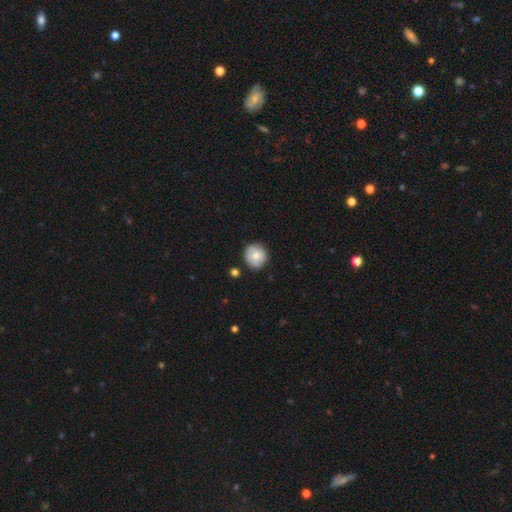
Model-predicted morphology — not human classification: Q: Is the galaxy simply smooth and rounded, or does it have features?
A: smooth — 73%.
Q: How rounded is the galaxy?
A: round — 89%.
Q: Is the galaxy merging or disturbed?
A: none — 79%.